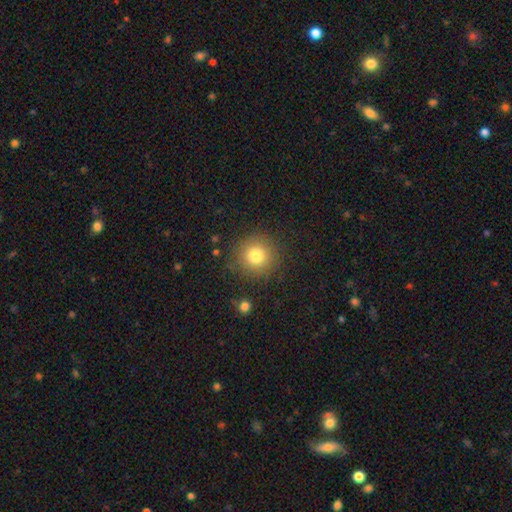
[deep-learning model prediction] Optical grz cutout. It shows a smooth galaxy with no disk features (79%) that is round (94%). Merging: none (86%).